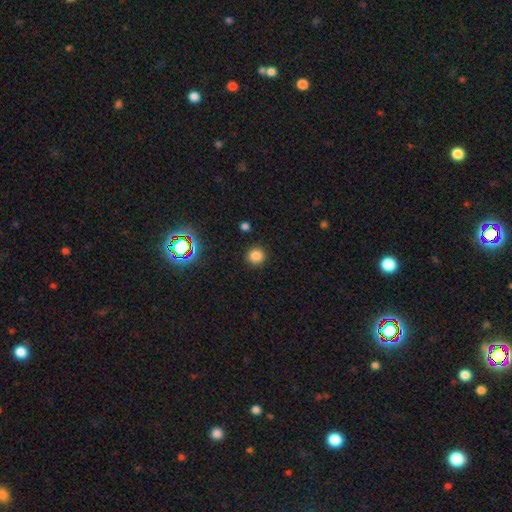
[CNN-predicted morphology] This is clearly a smooth galaxy (81%). How rounded: clearly round (92%). Merging: clearly none (91%).